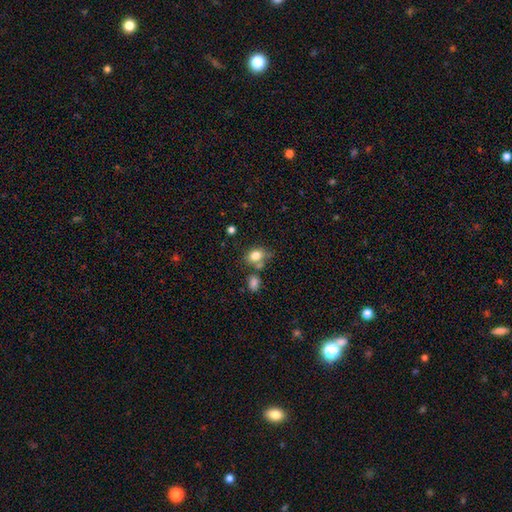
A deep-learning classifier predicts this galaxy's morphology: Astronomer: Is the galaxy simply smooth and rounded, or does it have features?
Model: smooth — 80%.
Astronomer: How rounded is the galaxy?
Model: in between — 71%.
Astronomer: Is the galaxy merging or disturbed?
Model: none — 53%.